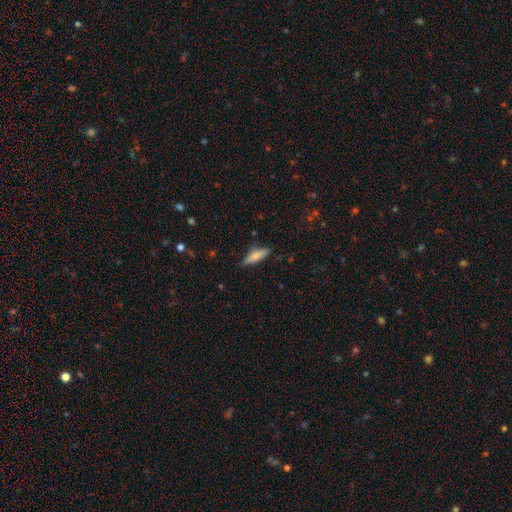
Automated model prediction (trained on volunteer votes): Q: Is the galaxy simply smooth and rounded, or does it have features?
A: smooth — 80%.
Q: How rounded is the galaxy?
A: cigar-shaped — 51%.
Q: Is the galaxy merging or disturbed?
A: none — 80%.